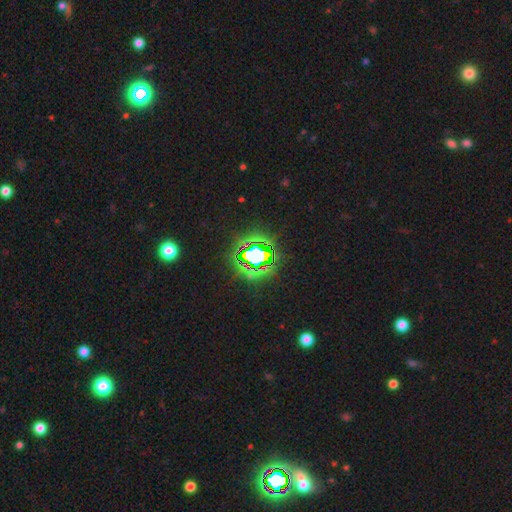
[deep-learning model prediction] This is likely a star or artifact rather than a galaxy (75%).